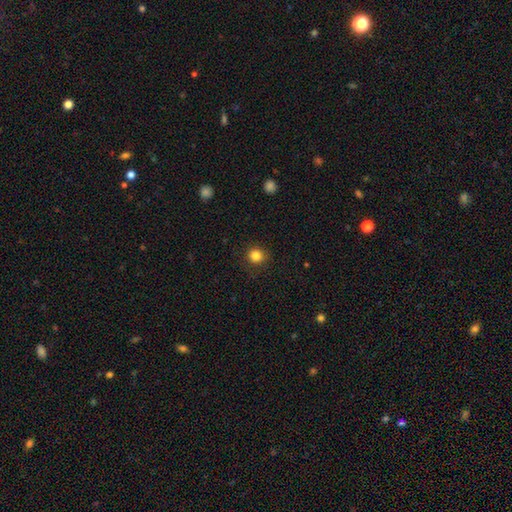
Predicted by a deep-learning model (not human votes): Smooth or featured: smooth — 84% (star or artifact — 12%)
How rounded: round — 92% (in between — 7%)
Merging: none — 89% (minor disturbance — 8%)